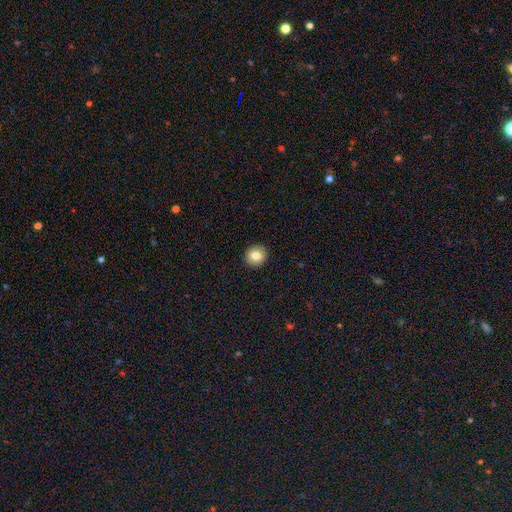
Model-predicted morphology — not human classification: Smooth or featured?
  - smooth: 81% *
  - featured or disk: 10%
  - star or artifact: 9%
How rounded?
  - round: 85% *
  - in between: 14%
  - cigar-shaped: 1%
Merging?
  - none: 92% *
  - minor disturbance: 5%
  - major disturbance: 2%
  - merger: 1%